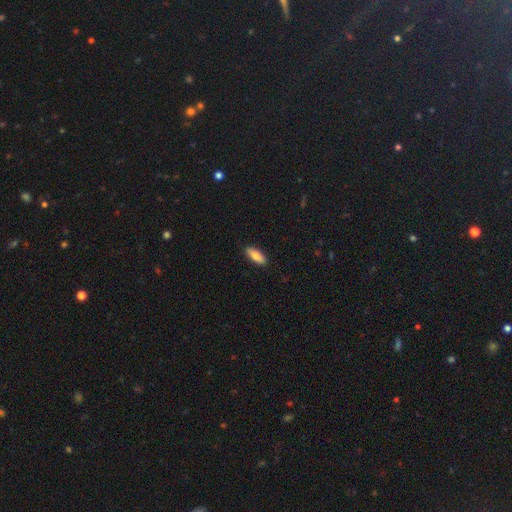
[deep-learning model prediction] Smooth or featured: smooth — 80% (featured or disk — 14%)
How rounded: in between — 68% (cigar-shaped — 29%)
Merging: none — 90% (minor disturbance — 8%)